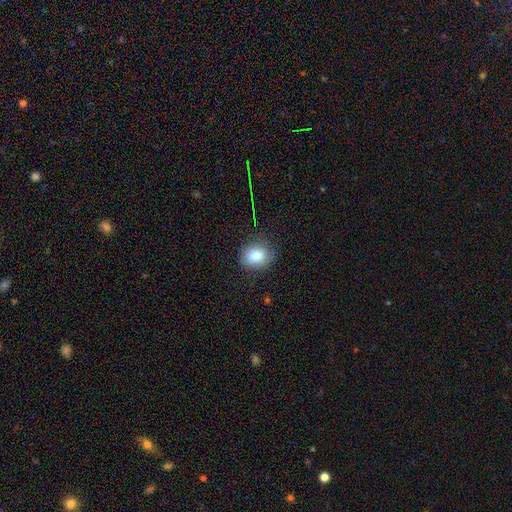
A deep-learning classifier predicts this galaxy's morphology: Q: Smooth or featured?
A: smooth (81%); runner-up: star or artifact (10%)
Q: How rounded?
A: round (50%); runner-up: in between (49%)
Q: Merging?
A: none (75%); runner-up: minor disturbance (19%)